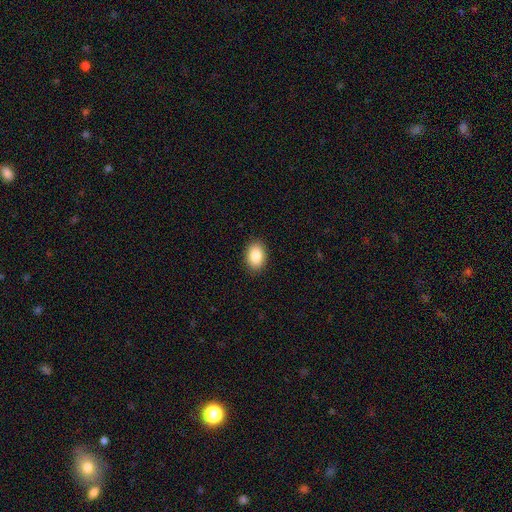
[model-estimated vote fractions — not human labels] This appears to be a smooth galaxy with no disk features (86%) that is in between round and cigar-shaped (80%). Merging: none (90%).